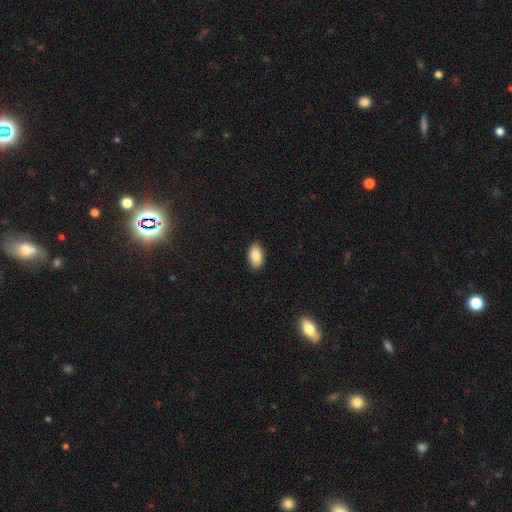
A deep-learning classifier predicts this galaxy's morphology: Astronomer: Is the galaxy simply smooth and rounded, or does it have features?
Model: smooth — 88%.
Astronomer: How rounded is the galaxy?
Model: in between — 93%.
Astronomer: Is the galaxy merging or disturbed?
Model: none — 89%.